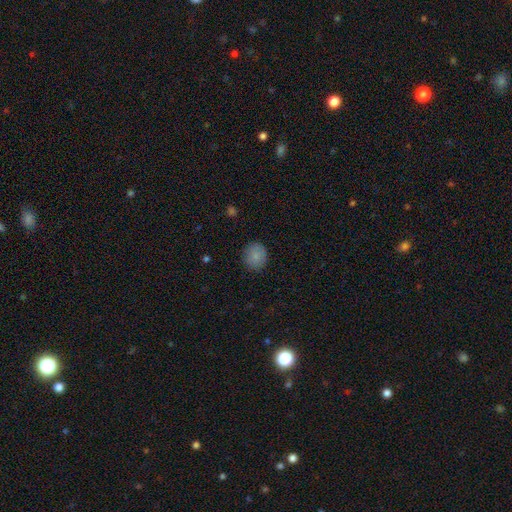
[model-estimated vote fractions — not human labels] smooth 85%, star or artifact 9%, featured or disk 6%. Down the decision tree: how rounded — round (81%); merging — none (87%).